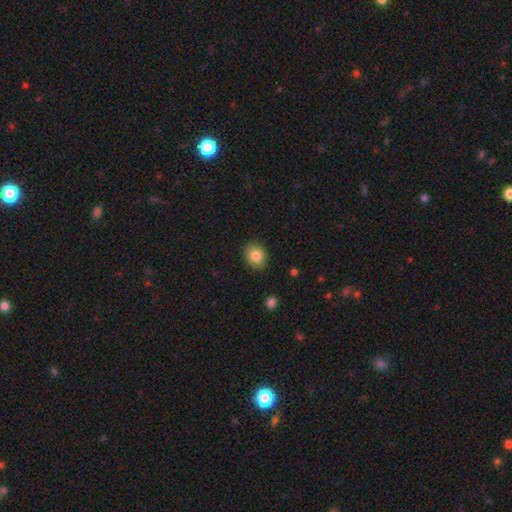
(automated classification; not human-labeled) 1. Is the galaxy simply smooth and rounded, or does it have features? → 83% smooth, 9% star or artifact, 8% featured or disk.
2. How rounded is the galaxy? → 50% round, 49% in between, 1% cigar-shaped.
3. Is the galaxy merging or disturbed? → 88% none, 9% minor disturbance, 2% major disturbance, 1% merger.